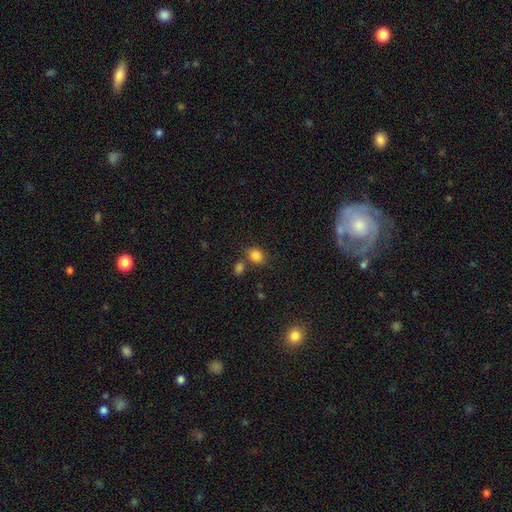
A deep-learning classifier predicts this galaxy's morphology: Smooth or featured? Predicted: smooth (p=0.84). How rounded? Predicted: in between (p=0.51). Merging? Predicted: none (p=0.67).